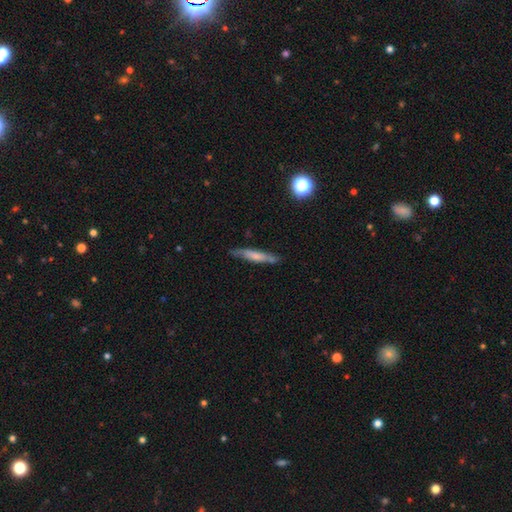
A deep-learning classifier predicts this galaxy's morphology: smooth_or_featured: smooth (p=0.54) [alt: featured or disk p=0.39]
how_rounded: cigar-shaped (p=0.89) [alt: in between p=0.10]
merging: none (p=0.77) [alt: minor disturbance p=0.18]